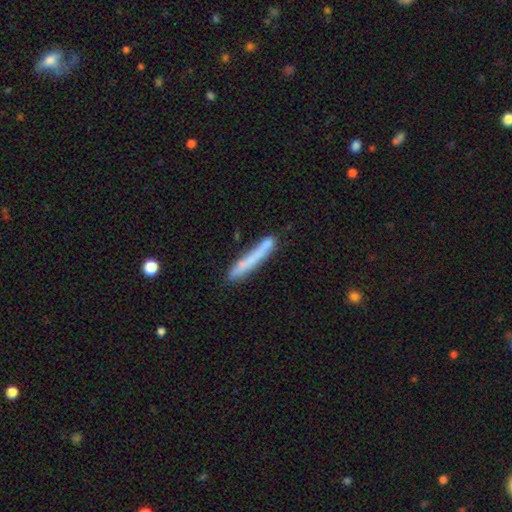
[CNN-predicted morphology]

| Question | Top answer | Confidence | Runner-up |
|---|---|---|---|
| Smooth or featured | smooth | 64% | featured or disk (29%) |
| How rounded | cigar-shaped | 96% | in between (3%) |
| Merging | none | 71% | minor disturbance (18%) |